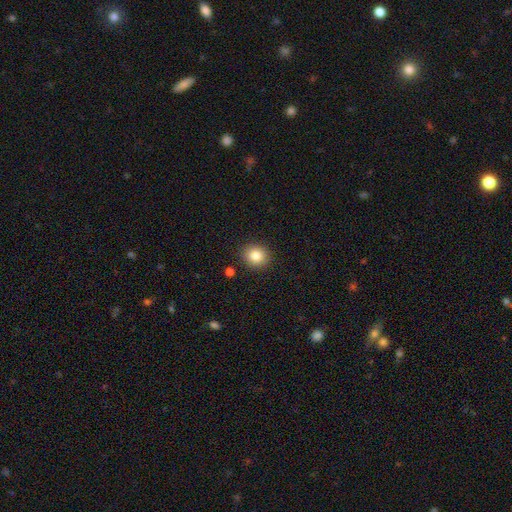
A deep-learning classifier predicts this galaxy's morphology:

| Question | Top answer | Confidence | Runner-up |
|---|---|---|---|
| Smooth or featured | smooth | 85% | star or artifact (10%) |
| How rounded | round | 83% | in between (16%) |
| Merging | none | 90% | minor disturbance (7%) |